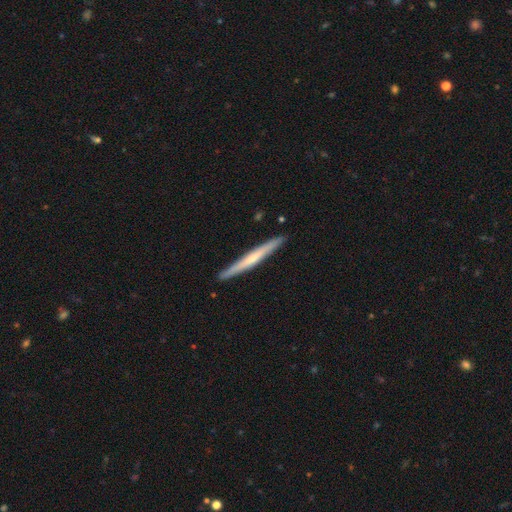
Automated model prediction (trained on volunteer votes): Q: Smooth or featured?
A: featured or disk (60%); runner-up: smooth (35%)
Q: Edge-on disk?
A: yes (97%); runner-up: no (3%)
Q: Edge-on bulge?
A: rounded (50%); runner-up: none (44%)
Q: Merging?
A: none (91%); runner-up: minor disturbance (6%)